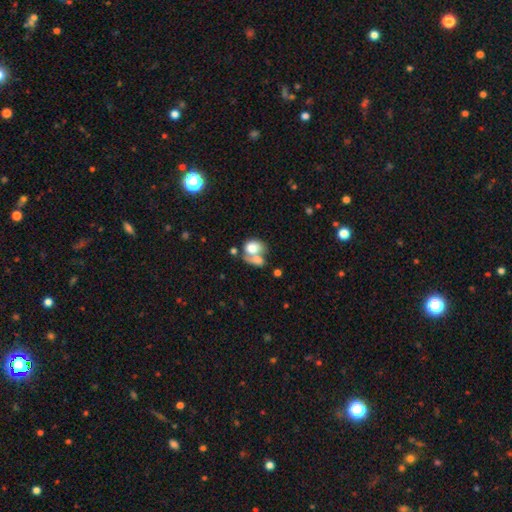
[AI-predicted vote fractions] A smooth galaxy with no disk features (68%) that is in between round and cigar-shaped (50%).

Vote fractions:
- Smooth or featured? smooth: 68% / featured or disk: 23% / star or artifact: 8%
- How rounded? in between: 50% / round: 49% / cigar-shaped: 2%
- Merging? merger: 66% / none: 18% / major disturbance: 8% / minor disturbance: 8%